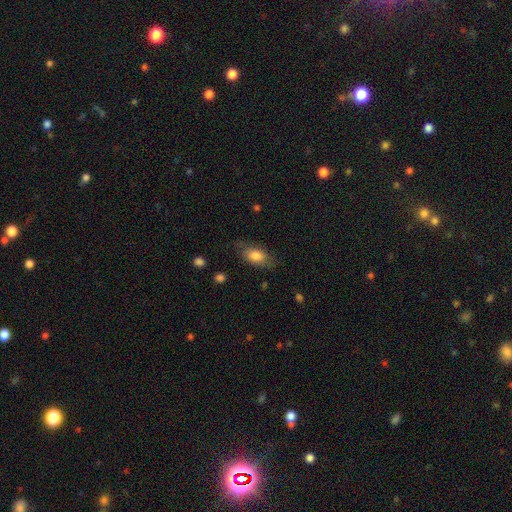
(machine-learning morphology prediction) smooth-or-featured: smooth: 76% | featured or disk: 17% | star or artifact: 7%
  how-rounded: in between: 86% | round: 7% | cigar-shaped: 7%
  merging: none: 70% | minor disturbance: 21% | major disturbance: 8% | merger: 1%